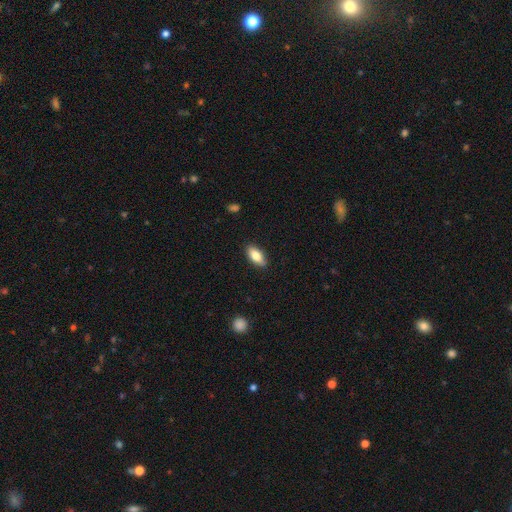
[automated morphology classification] Smooth or featured? smooth (79%)
How rounded? in between (84%)
Merging? none (87%)